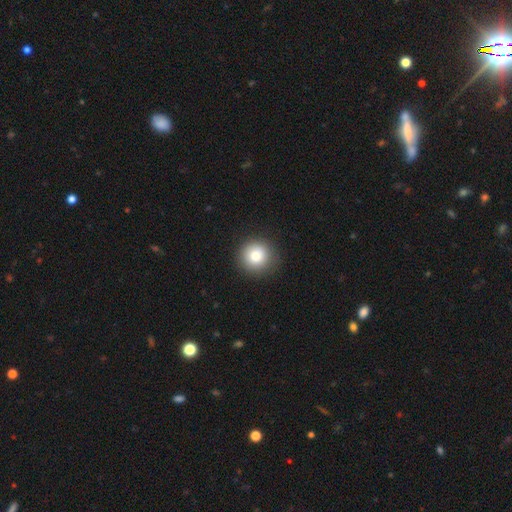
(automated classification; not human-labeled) smooth_or_featured: smooth (p=0.82) [alt: star or artifact p=0.10]
how_rounded: round (p=0.93) [alt: in between p=0.06]
merging: none (p=0.89) [alt: minor disturbance p=0.08]